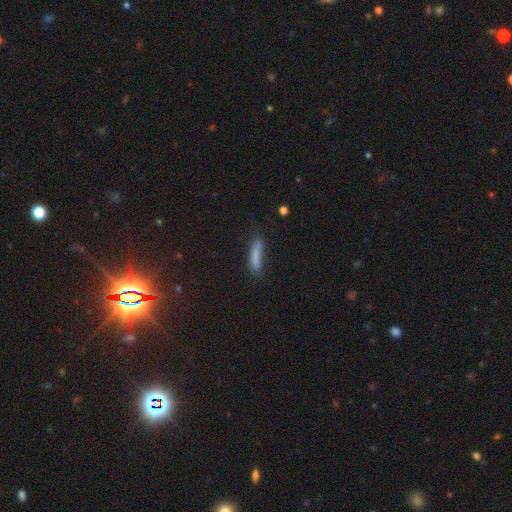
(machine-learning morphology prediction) This appears to be a smooth galaxy with no disk features (80%) that is cigar-shaped (83%). Merging: none (65%).